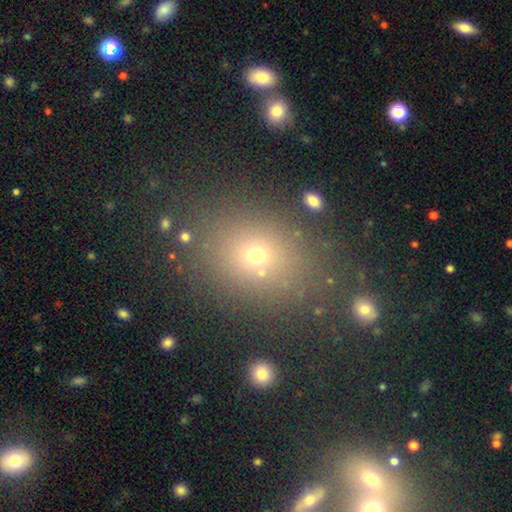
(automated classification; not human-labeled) Q: Smooth or featured?
A: smooth (63%); runner-up: star or artifact (26%)
Q: How rounded?
A: round (55%); runner-up: in between (44%)
Q: Merging?
A: none (80%); runner-up: minor disturbance (10%)